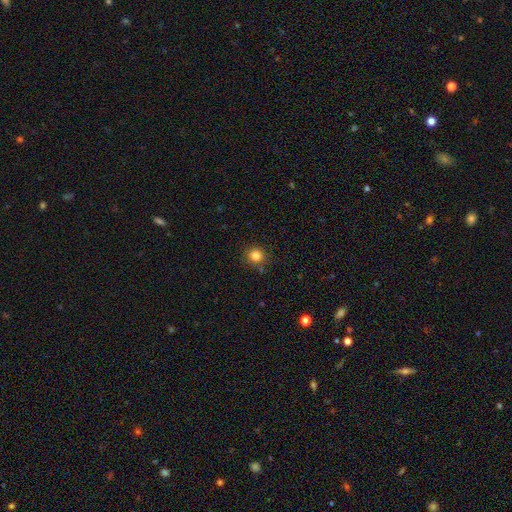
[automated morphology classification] type=smooth (83%); roundness=round (88%); merging=none (84%).